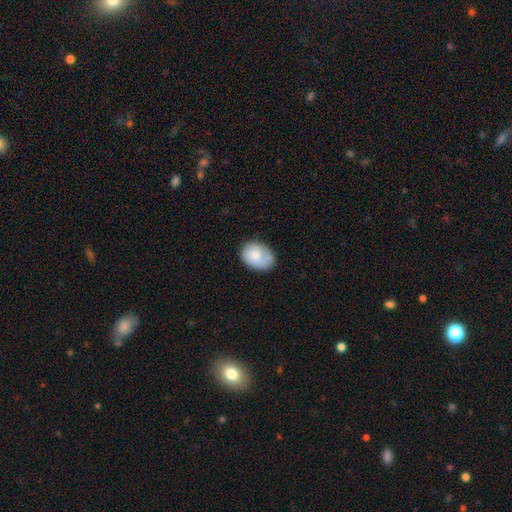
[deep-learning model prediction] Overall: smooth (76%). How rounded: in between (69%; round 30%). Merging: none (65%; minor disturbance 26%).